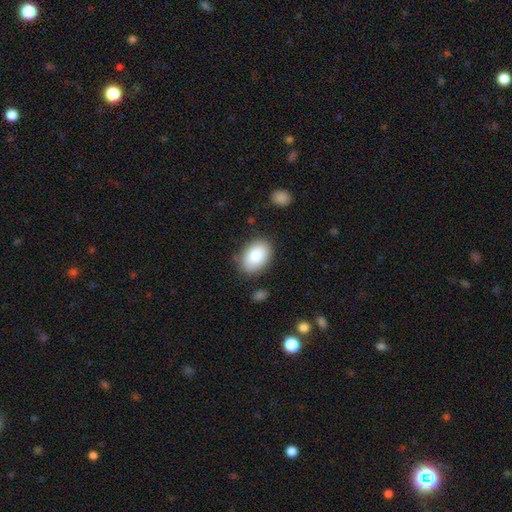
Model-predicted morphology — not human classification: Smooth or featured: smooth — 83% (featured or disk — 10%)
How rounded: in between — 87% (round — 12%)
Merging: none — 81% (minor disturbance — 14%)